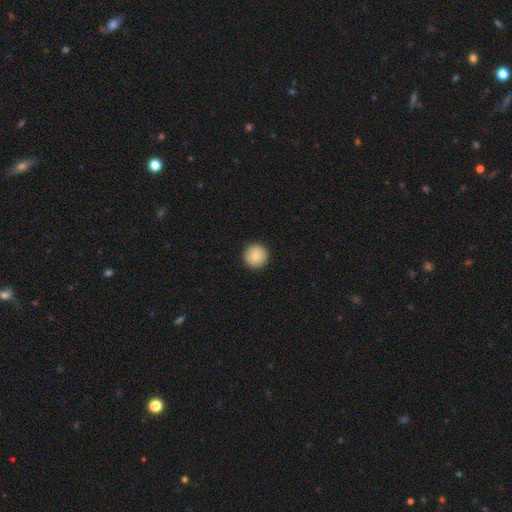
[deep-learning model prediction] smooth-or-featured: smooth: 83% | featured or disk: 10% | star or artifact: 8%
  how-rounded: round: 96% | in between: 3% | cigar-shaped: 1%
  merging: none: 93% | minor disturbance: 5% | major disturbance: 1% | merger: 1%